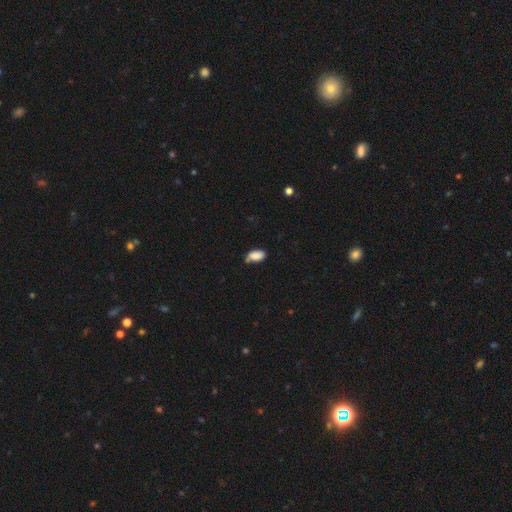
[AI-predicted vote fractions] The model was most divided on "merging": none: 55%, minor disturbance: 30%, merger: 8%, major disturbance: 6%. More confident: how rounded — in between (92%); smooth or featured — smooth (86%).